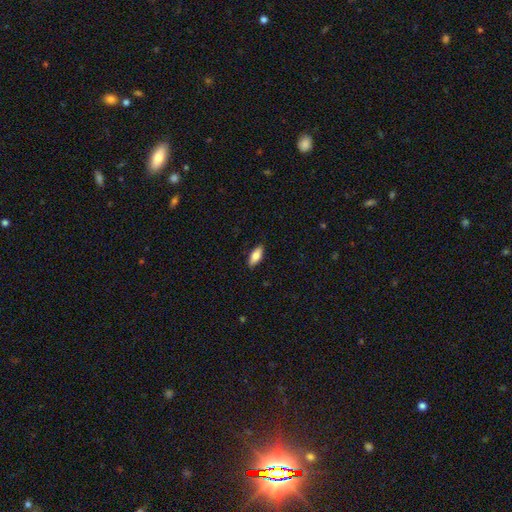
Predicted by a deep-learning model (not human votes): Smooth or featured? smooth (81%)
How rounded? in between (80%)
Merging? none (88%)